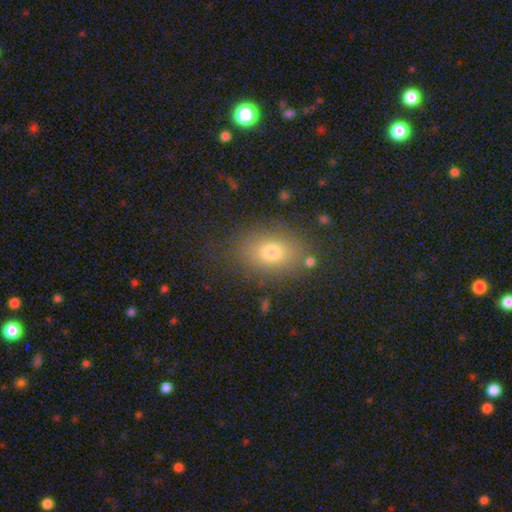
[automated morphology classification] Smooth or featured? smooth (75%)
How rounded? in between (70%)
Merging? none (81%)